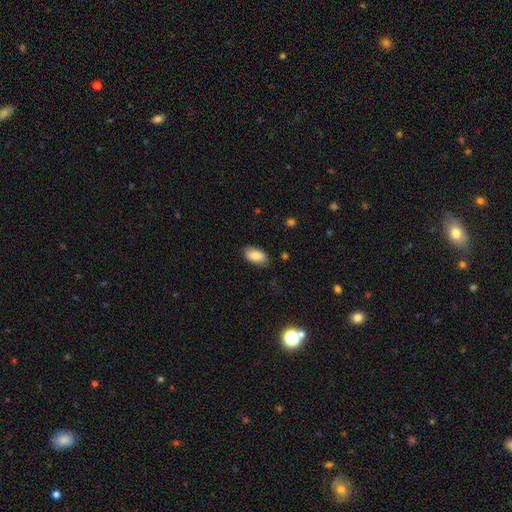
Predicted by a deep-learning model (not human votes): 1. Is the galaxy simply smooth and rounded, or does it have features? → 84% smooth, 9% featured or disk, 7% star or artifact.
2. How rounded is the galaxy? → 94% in between, 3% round, 2% cigar-shaped.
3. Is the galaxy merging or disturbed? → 82% none, 14% minor disturbance, 3% major disturbance, 1% merger.